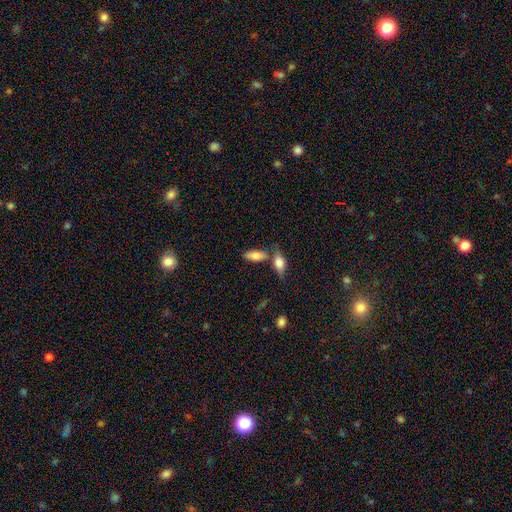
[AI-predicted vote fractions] Overall: smooth (78%). How rounded: in between (83%). Merging: none (54%; merger 29%).